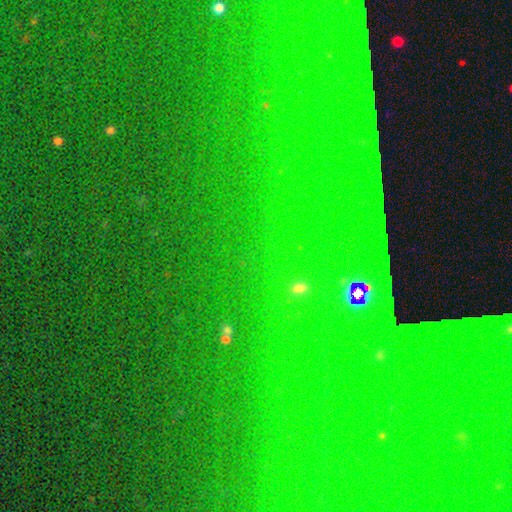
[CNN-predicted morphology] Smooth or featured: star or artifact — 81% (smooth — 11%)